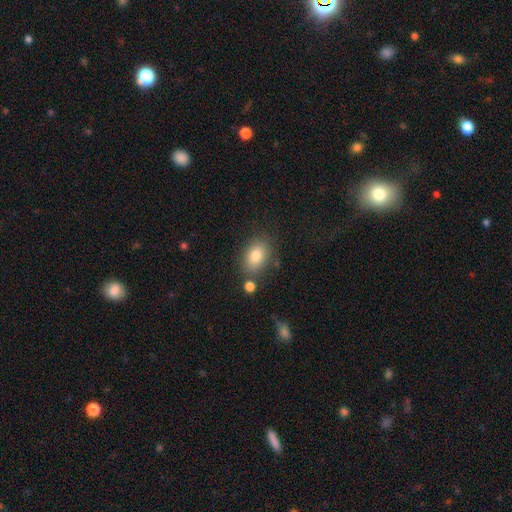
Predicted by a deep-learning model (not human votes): Smooth or featured?
  - smooth: 82% *
  - featured or disk: 10%
  - star or artifact: 9%
How rounded?
  - in between: 82% *
  - round: 17%
  - cigar-shaped: 2%
Merging?
  - none: 75% *
  - minor disturbance: 14%
  - merger: 7%
  - major disturbance: 4%